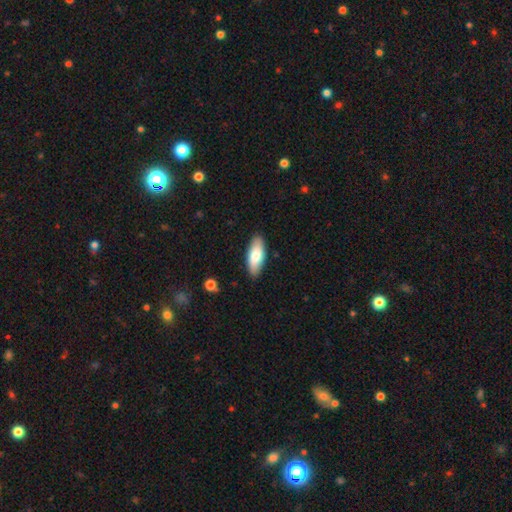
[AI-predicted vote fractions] Smooth or featured? Predicted: smooth (p=0.75). How rounded? Predicted: in between (p=0.81). Merging? Predicted: none (p=0.88).